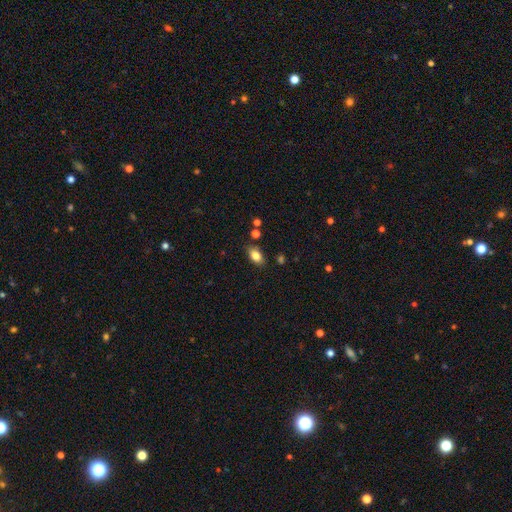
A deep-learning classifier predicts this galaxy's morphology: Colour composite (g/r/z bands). It shows a smooth galaxy with no disk features (82%) that is in between round and cigar-shaped (88%). Merging: none (83%).